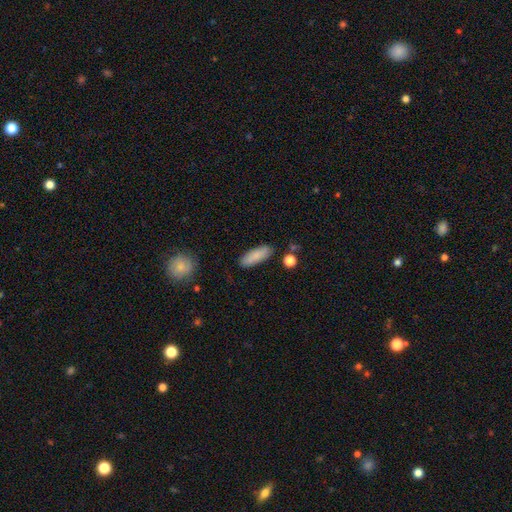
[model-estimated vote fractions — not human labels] A smooth galaxy with no disk features (85%) that is in between round and cigar-shaped (58%).

Vote fractions:
- Smooth or featured? smooth: 85% / featured or disk: 9% / star or artifact: 7%
- How rounded? in between: 58% / cigar-shaped: 39% / round: 2%
- Merging? none: 86% / minor disturbance: 10% / major disturbance: 2% / merger: 2%